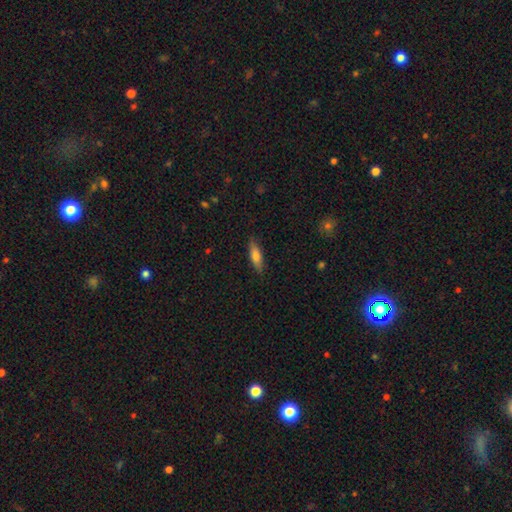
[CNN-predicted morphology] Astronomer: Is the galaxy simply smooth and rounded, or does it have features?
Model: smooth — 72%.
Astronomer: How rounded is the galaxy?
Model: cigar-shaped — 53% (runner-up: in between, 45%).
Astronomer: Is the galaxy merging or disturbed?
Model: none — 85%.